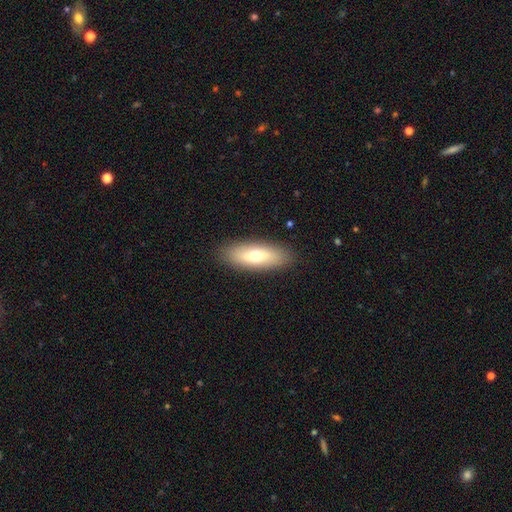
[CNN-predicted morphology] Smooth or featured? smooth (67%)
How rounded? in between (73%)
Merging? none (89%)